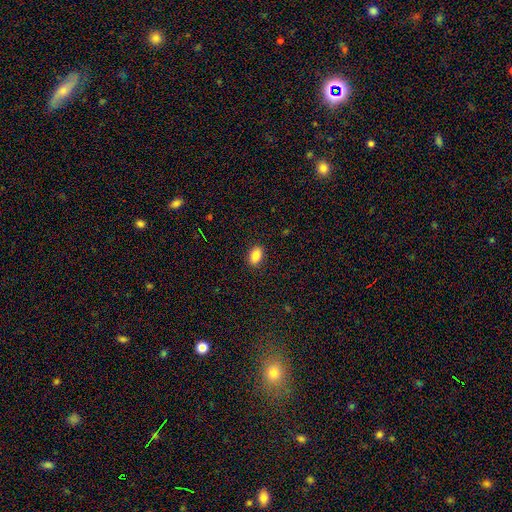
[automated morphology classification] Q: Smooth or featured?
A: smooth (87%); runner-up: star or artifact (8%)
Q: How rounded?
A: in between (87%); runner-up: round (11%)
Q: Merging?
A: none (89%); runner-up: minor disturbance (8%)